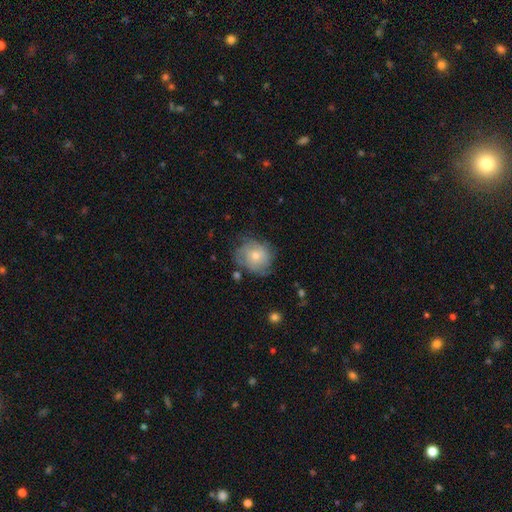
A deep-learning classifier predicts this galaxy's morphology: The model was most divided on "smooth or featured": featured or disk: 50%, smooth: 40%, star or artifact: 10%. More confident: edge-on disk — no (97%); merging — none (67%).